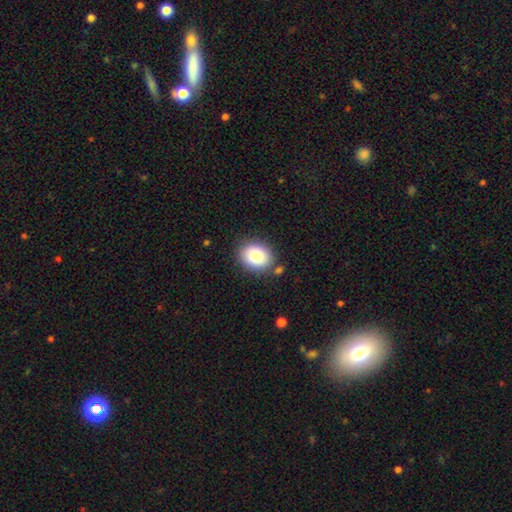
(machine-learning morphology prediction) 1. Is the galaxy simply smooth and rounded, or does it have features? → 83% smooth, 8% star or artifact, 8% featured or disk.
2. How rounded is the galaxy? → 54% in between, 45% round, 1% cigar-shaped.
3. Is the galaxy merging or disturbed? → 83% none, 10% minor disturbance, 4% merger, 3% major disturbance.